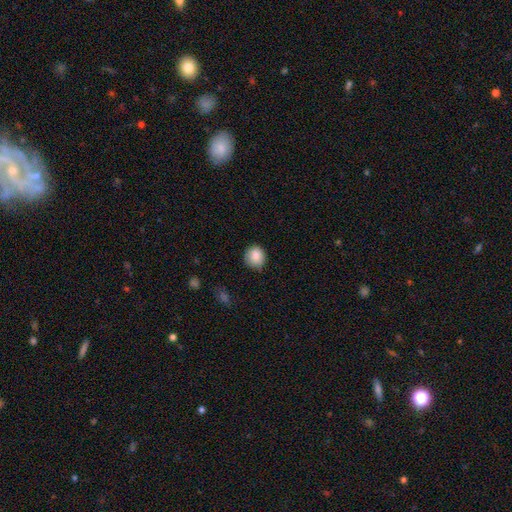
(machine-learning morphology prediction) Smooth or featured: smooth — 87% (star or artifact — 8%)
How rounded: round — 84% (in between — 15%)
Merging: none — 81% (minor disturbance — 15%)